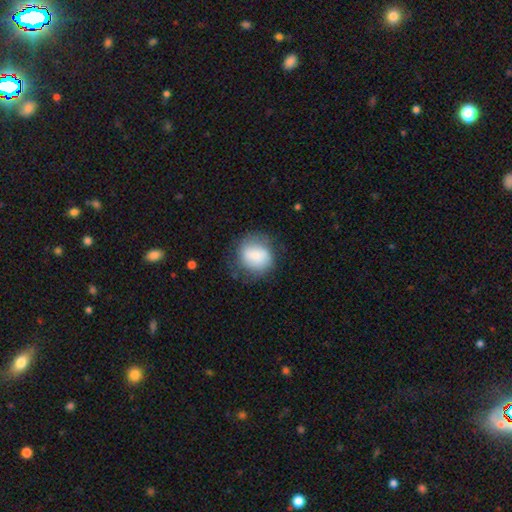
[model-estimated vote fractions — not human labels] This appears to be a smooth galaxy with no disk features (73%) that is round (76%). Merging: none (64%).